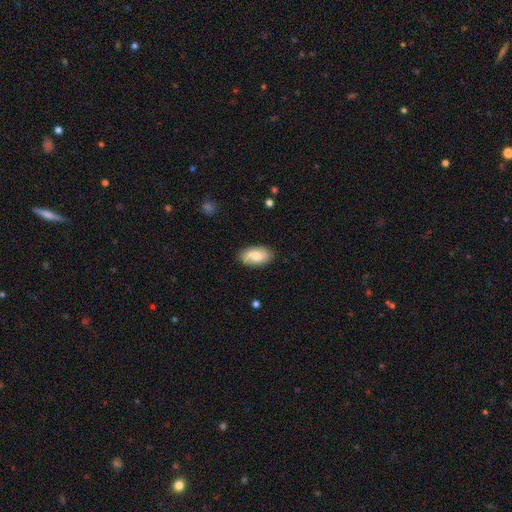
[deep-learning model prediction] Smooth or featured? Predicted: smooth (p=0.65). How rounded? Predicted: in between (p=0.93). Merging? Predicted: none (p=0.83).